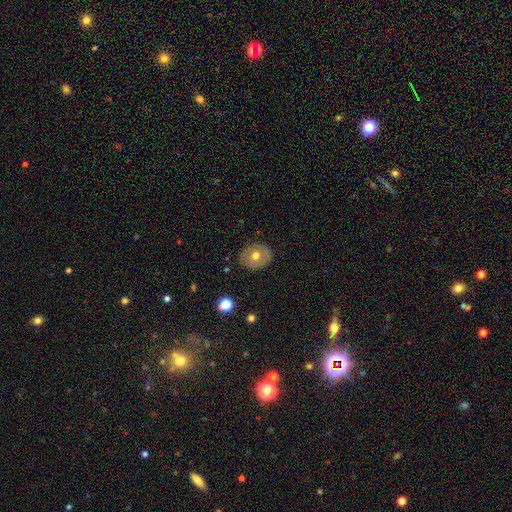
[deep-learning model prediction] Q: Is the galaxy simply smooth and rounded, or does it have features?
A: smooth — 53%.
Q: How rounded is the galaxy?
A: round — 67%.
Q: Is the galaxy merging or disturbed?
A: none — 83%.